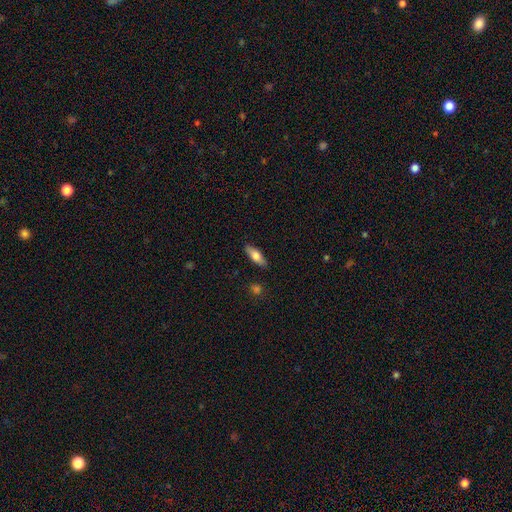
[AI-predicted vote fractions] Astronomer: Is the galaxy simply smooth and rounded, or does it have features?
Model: smooth — 68%.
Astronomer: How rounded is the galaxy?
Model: in between — 60% (runner-up: cigar-shaped, 38%).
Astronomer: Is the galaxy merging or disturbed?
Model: none — 86%.